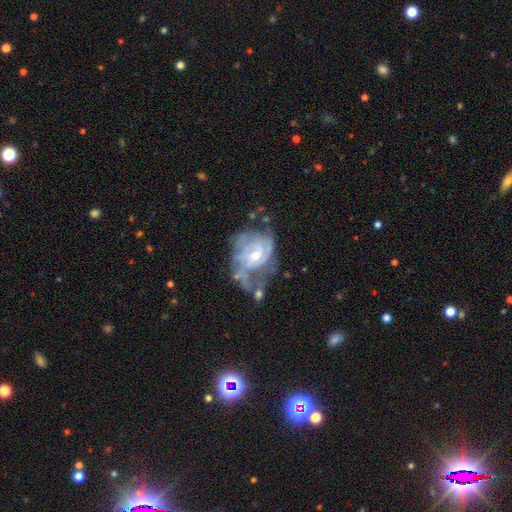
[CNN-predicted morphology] type=featured or disk (83%); edge-on=no (98%); bar=no (65%); spiral arms=yes (86%); winding=tight (51%); arm count=can't tell (37%); bulge=moderate (52%); merging=major disturbance (36%).